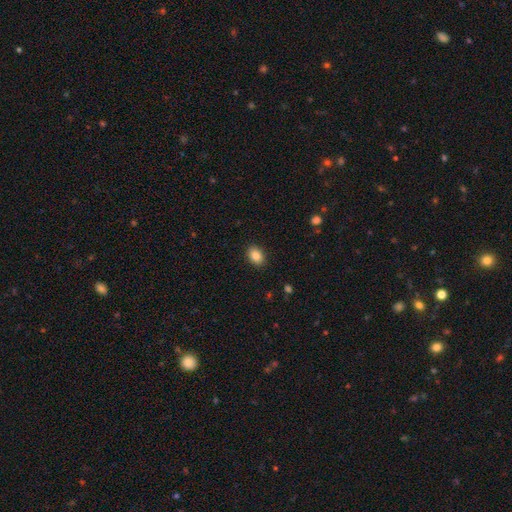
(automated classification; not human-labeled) Overall: smooth (85%). How rounded: in between (70%). Merging: none (90%).